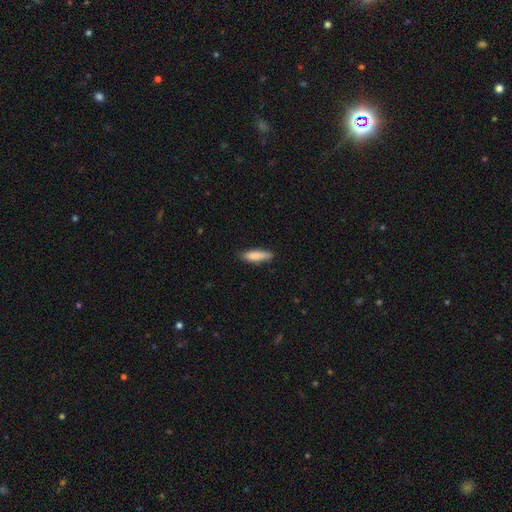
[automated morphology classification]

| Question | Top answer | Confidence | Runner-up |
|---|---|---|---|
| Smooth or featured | smooth | 85% | featured or disk (9%) |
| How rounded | cigar-shaped | 65% | in between (33%) |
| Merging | none | 82% | minor disturbance (15%) |